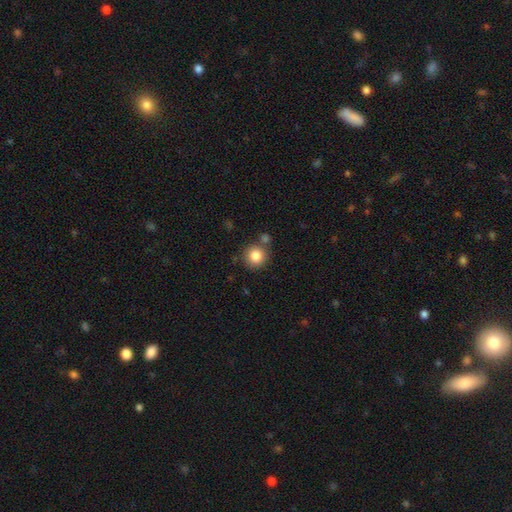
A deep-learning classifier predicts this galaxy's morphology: The model was most divided on "merging": none: 76%, merger: 12%, minor disturbance: 9%, major disturbance: 3%. More confident: how rounded — round (92%); smooth or featured — smooth (84%).